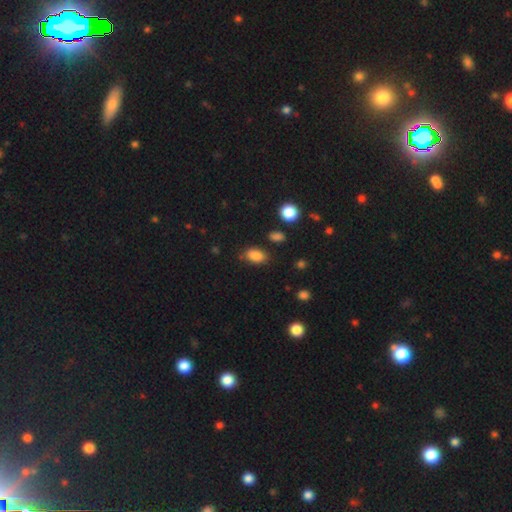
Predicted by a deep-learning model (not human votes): Overall: smooth (85%). How rounded: in between (87%). Merging: none (78%).